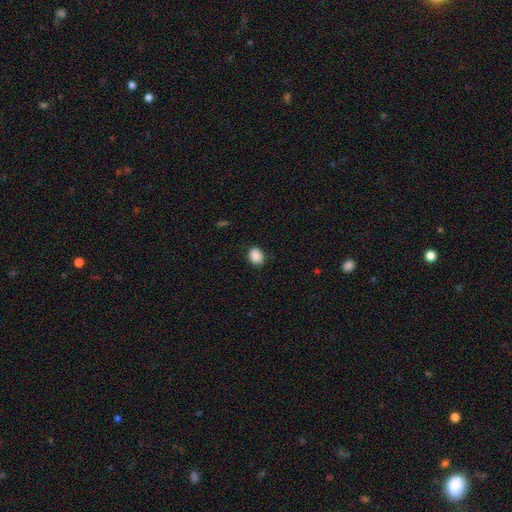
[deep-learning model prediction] smooth-or-featured: smooth: 89% | star or artifact: 8% | featured or disk: 3%
  how-rounded: in between: 57% | round: 42% | cigar-shaped: 1%
  merging: none: 87% | minor disturbance: 10% | major disturbance: 2% | merger: 1%